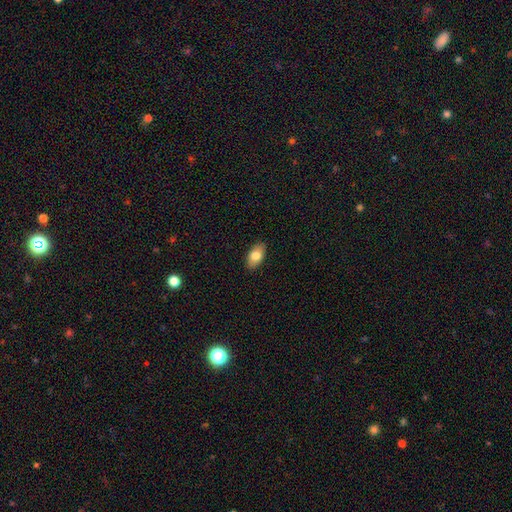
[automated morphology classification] smooth_or_featured: smooth (p=0.78) [alt: featured or disk p=0.15]
how_rounded: in between (p=0.93) [alt: round p=0.04]
merging: none (p=0.89) [alt: minor disturbance p=0.08]